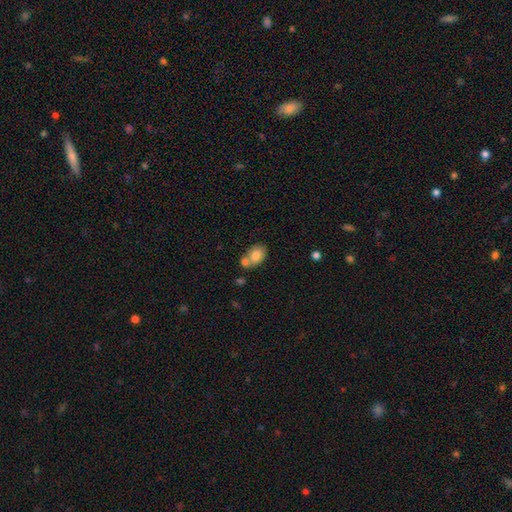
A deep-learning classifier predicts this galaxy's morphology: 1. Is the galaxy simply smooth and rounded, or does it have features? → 79% smooth, 13% featured or disk, 8% star or artifact.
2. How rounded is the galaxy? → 73% in between, 26% round, 1% cigar-shaped.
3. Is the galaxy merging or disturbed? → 43% merger, 41% none, 12% minor disturbance, 4% major disturbance.